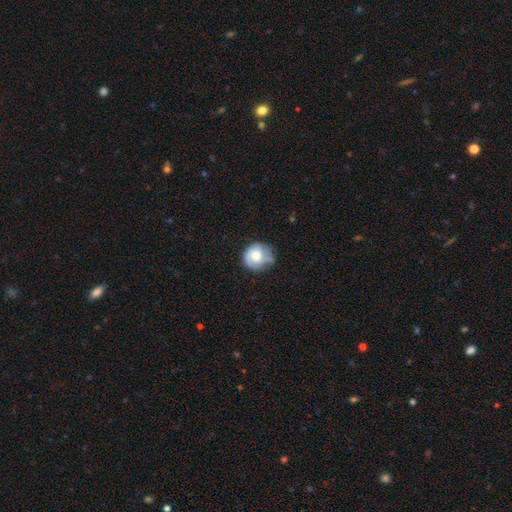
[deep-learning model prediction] A featured or disk galaxy (49%).

Vote fractions:
- Smooth or featured? featured or disk: 49% / smooth: 43% / star or artifact: 7%
- Merging? none: 55% / minor disturbance: 30% / major disturbance: 12% / merger: 3%